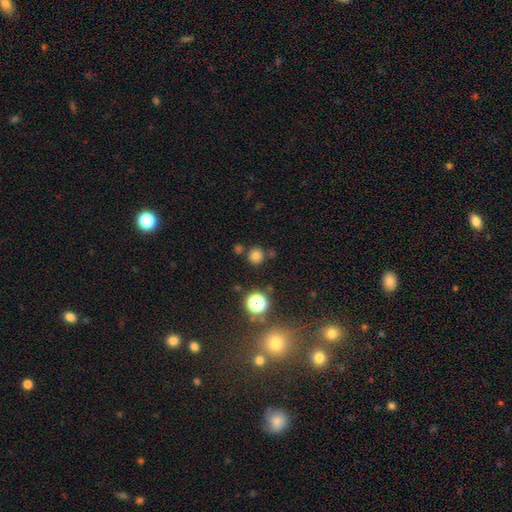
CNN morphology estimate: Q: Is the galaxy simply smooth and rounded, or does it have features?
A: smooth — 73%.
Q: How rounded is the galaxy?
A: round — 93%.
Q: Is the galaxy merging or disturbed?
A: none — 80%.